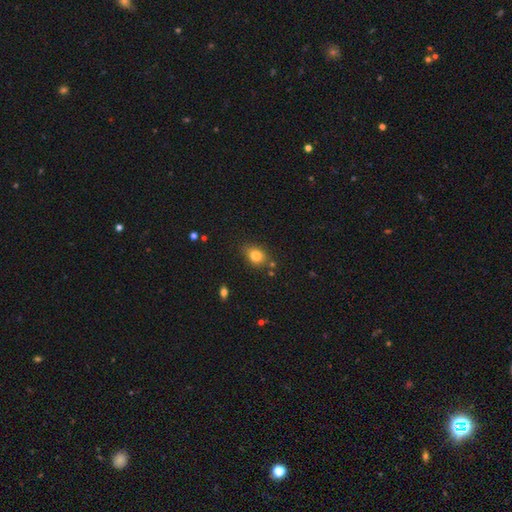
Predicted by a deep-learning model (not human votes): smooth_or_featured: smooth (p=0.81) [alt: star or artifact p=0.11]
how_rounded: in between (p=0.53) [alt: round p=0.45]
merging: none (p=0.75) [alt: minor disturbance p=0.17]